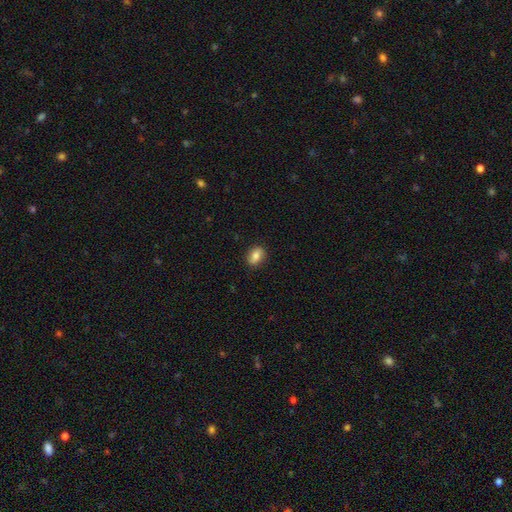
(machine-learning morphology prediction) Smooth or featured?
  - smooth: 80% *
  - featured or disk: 12%
  - star or artifact: 8%
How rounded?
  - in between: 75% *
  - round: 23%
  - cigar-shaped: 2%
Merging?
  - none: 87% *
  - minor disturbance: 10%
  - major disturbance: 2%
  - merger: 1%